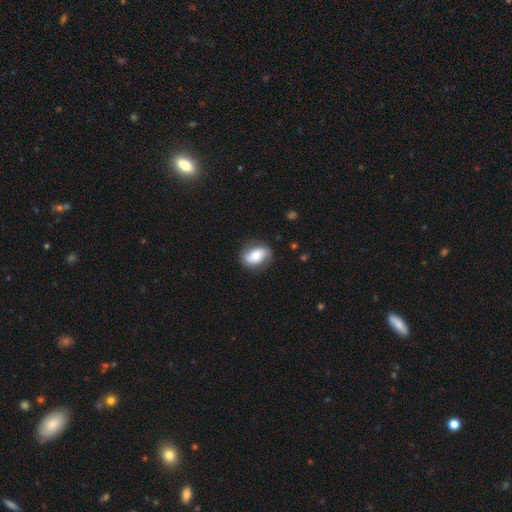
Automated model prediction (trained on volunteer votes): Smooth or featured? smooth (62%)
How rounded? in between (81%)
Merging? none (79%)